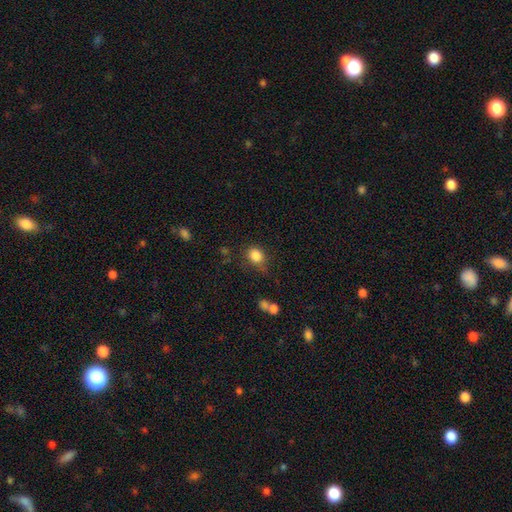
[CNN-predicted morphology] A smooth galaxy with no disk features (85%) that is round (54%).

Vote fractions:
- Smooth or featured? smooth: 85% / star or artifact: 10% / featured or disk: 5%
- How rounded? round: 54% / in between: 45% / cigar-shaped: 1%
- Merging? none: 66% / minor disturbance: 22% / major disturbance: 7% / merger: 4%